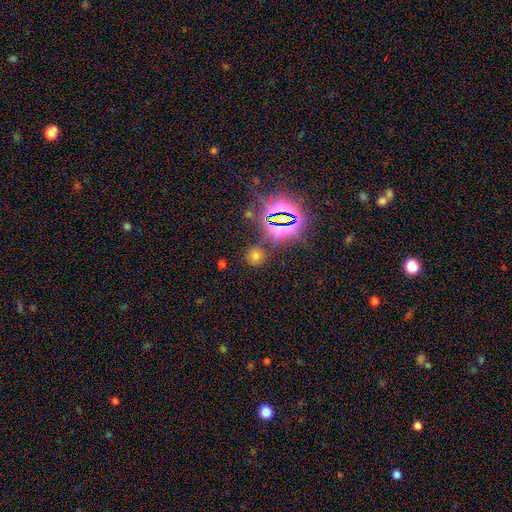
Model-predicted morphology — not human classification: smooth 51%, star or artifact 41%, featured or disk 8%. Down the decision tree: how rounded — round (83%); merging — none (81%).